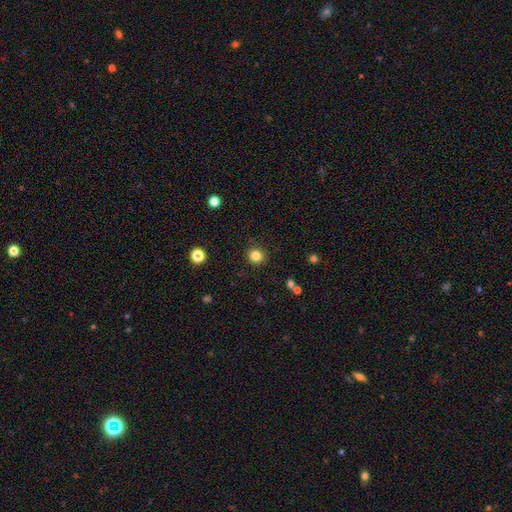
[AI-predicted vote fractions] Q: Smooth or featured?
A: smooth (83%); runner-up: star or artifact (12%)
Q: How rounded?
A: round (92%); runner-up: in between (7%)
Q: Merging?
A: none (90%); runner-up: minor disturbance (6%)